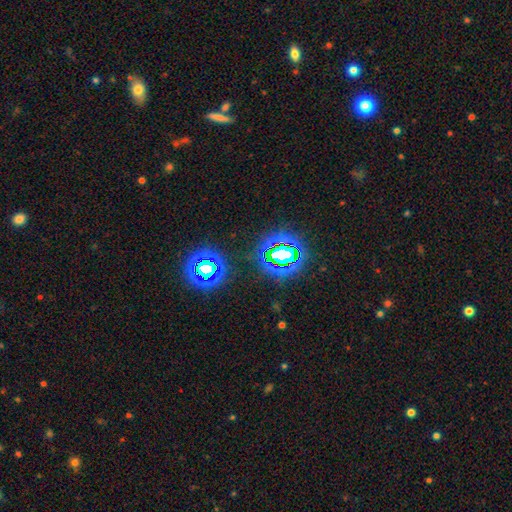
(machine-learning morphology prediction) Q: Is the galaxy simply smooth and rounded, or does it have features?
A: star or artifact — 81%.